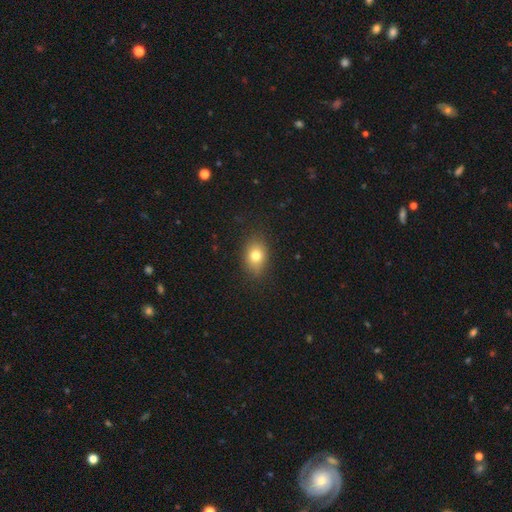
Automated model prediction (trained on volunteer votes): smooth-or-featured: smooth: 78% | featured or disk: 12% | star or artifact: 11%
  how-rounded: in between: 70% | round: 28% | cigar-shaped: 2%
  merging: none: 83% | minor disturbance: 13% | major disturbance: 3% | merger: 1%